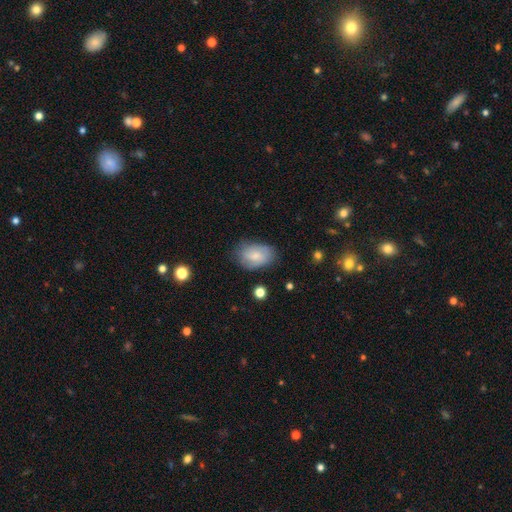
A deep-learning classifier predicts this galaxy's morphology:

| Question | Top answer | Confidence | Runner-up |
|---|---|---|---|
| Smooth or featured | smooth | 71% | featured or disk (22%) |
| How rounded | in between | 88% | round (11%) |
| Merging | none | 71% | minor disturbance (22%) |